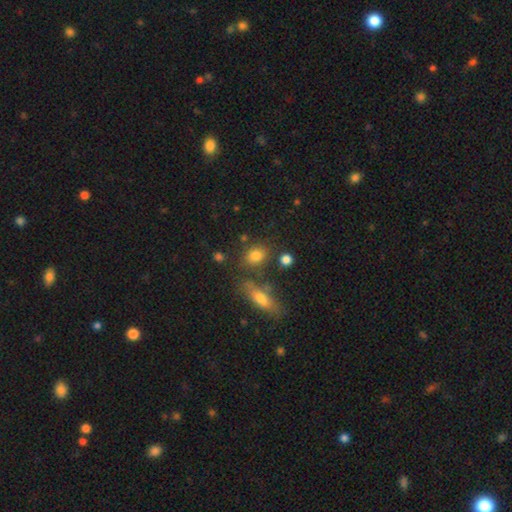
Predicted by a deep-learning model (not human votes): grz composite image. It shows a smooth galaxy with no disk features (79%) that is in between round and cigar-shaped (50%). Merging: none (71%).